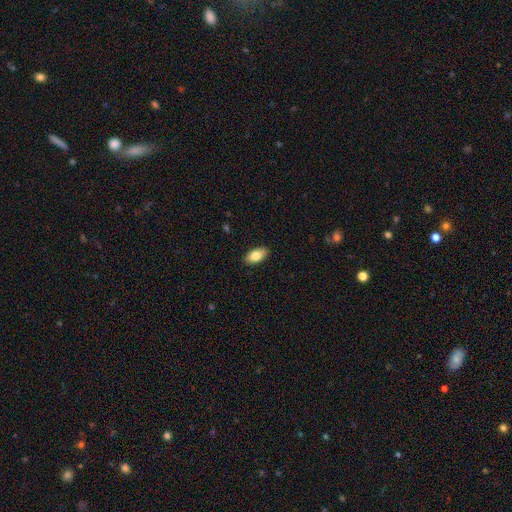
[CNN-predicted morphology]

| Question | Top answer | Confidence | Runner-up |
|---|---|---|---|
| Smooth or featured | smooth | 82% | featured or disk (11%) |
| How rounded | in between | 92% | cigar-shaped (4%) |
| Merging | none | 89% | minor disturbance (8%) |